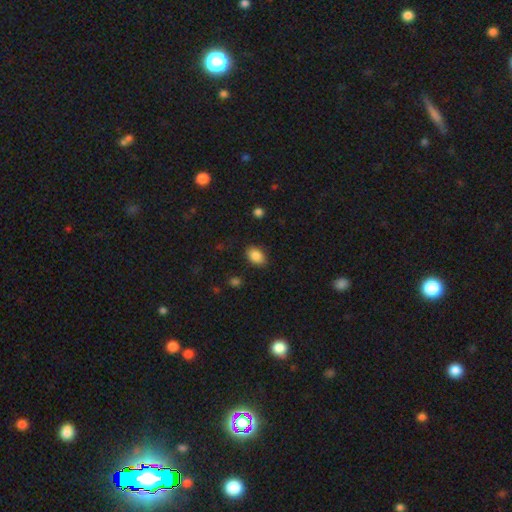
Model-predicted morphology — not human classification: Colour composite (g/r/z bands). It shows a smooth galaxy with no disk features (87%) that is in between round and cigar-shaped (82%). Merging: none (84%).